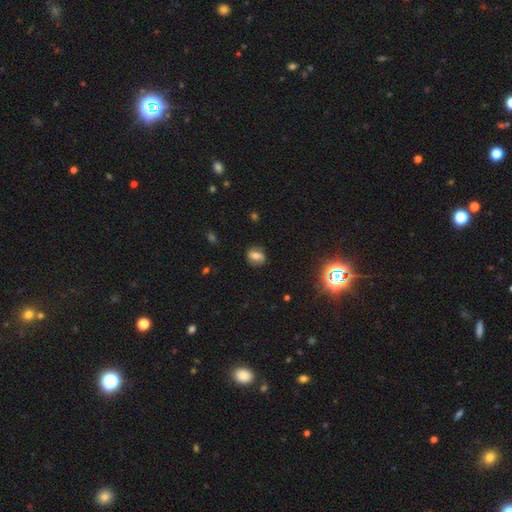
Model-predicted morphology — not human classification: Smooth or featured: smooth — 45% (featured or disk — 41%)
Merging: none — 79% (minor disturbance — 14%)